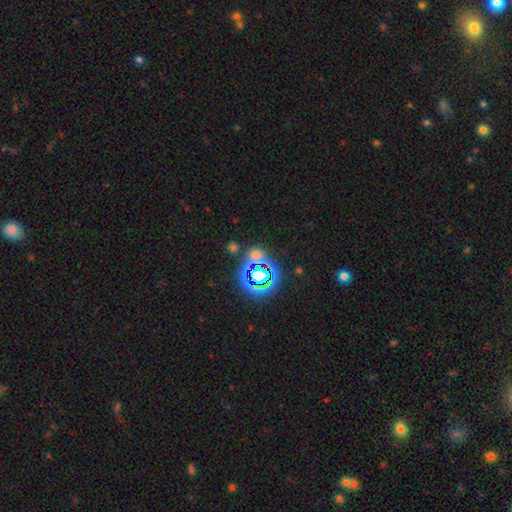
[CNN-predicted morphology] star or artifact 53%, smooth 37%, featured or disk 9%.